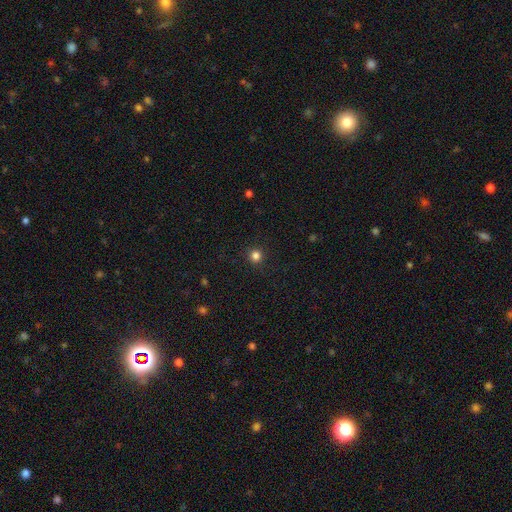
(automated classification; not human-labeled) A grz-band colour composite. It shows a smooth galaxy with no disk features (82%) that is round (95%). Merging: none (92%).